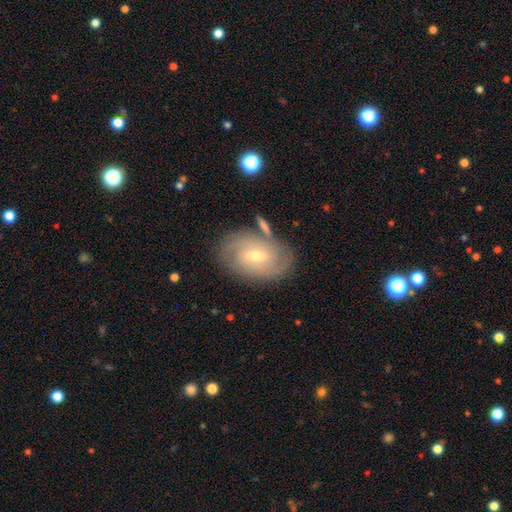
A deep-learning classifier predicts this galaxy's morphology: Q: Smooth or featured?
A: featured or disk (77%); runner-up: smooth (17%)
Q: Edge-on disk?
A: no (95%); runner-up: yes (5%)
Q: Bar?
A: weak (53%); runner-up: no (32%)
Q: Spiral arms?
A: yes (91%); runner-up: no (9%)
Q: Spiral winding?
A: tight (66%); runner-up: medium (27%)
Q: Spiral arm count?
A: 2 (35%); runner-up: can't tell (34%)
Q: Bulge size?
A: small (58%); runner-up: moderate (39%)
Q: Merging?
A: none (76%); runner-up: minor disturbance (14%)